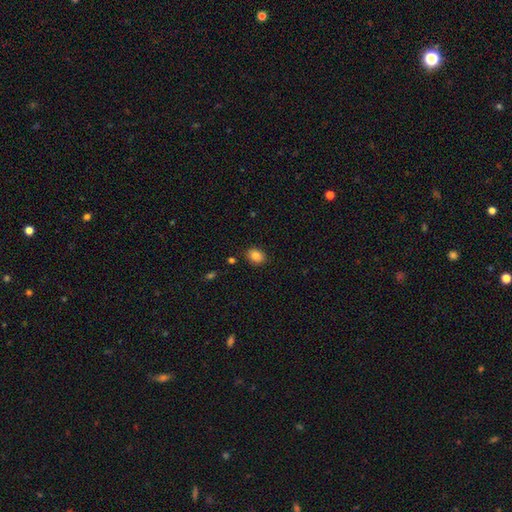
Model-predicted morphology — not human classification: smooth-or-featured: smooth: 86% | star or artifact: 9% | featured or disk: 5%
  how-rounded: in between: 67% | round: 32% | cigar-shaped: 1%
  merging: none: 86% | minor disturbance: 10% | major disturbance: 2% | merger: 2%